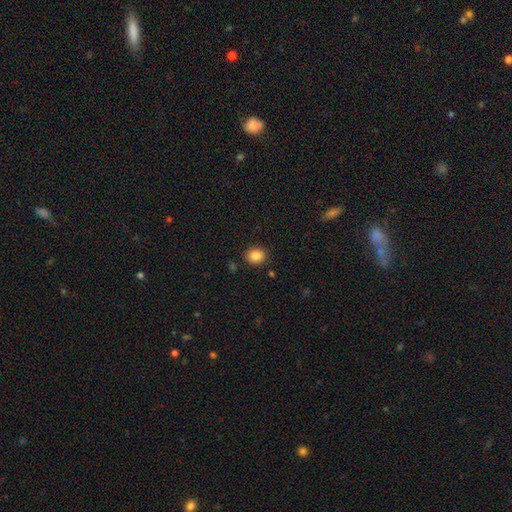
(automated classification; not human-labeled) Q: Smooth or featured?
A: smooth (87%); runner-up: star or artifact (9%)
Q: How rounded?
A: round (62%); runner-up: in between (37%)
Q: Merging?
A: none (88%); runner-up: minor disturbance (8%)